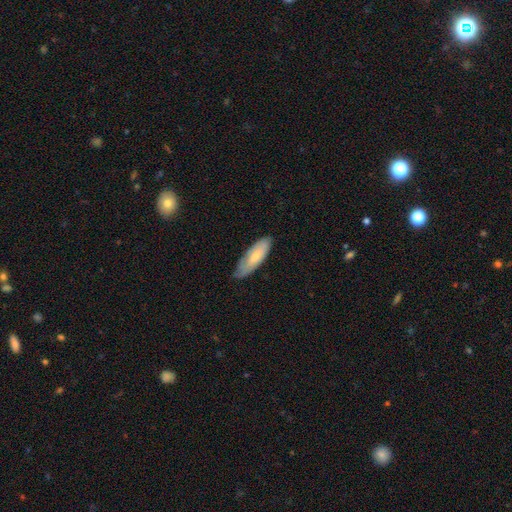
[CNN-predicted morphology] smooth 66%, featured or disk 28%, star or artifact 6%. Down the decision tree: how rounded — in between (60%); merging — none (67%).